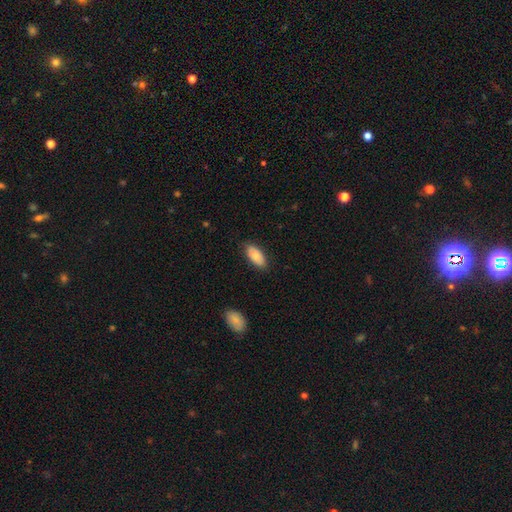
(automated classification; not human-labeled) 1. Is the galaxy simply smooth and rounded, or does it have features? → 83% smooth, 11% featured or disk, 6% star or artifact.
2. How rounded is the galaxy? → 91% in between, 7% cigar-shaped, 2% round.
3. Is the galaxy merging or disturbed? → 83% none, 13% minor disturbance, 2% major disturbance, 1% merger.